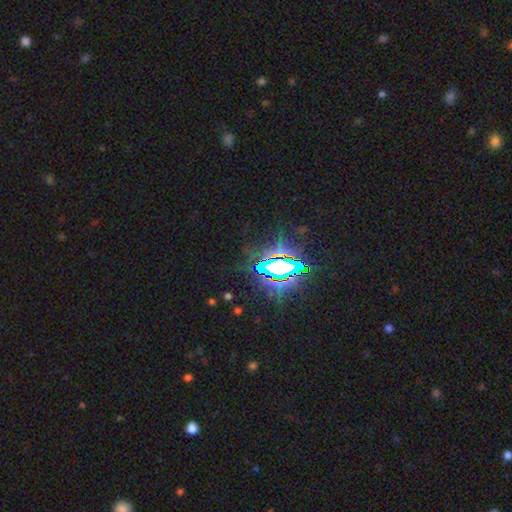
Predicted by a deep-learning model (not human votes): Smooth or featured?
  - star or artifact: 82% *
  - smooth: 9%
  - featured or disk: 8%